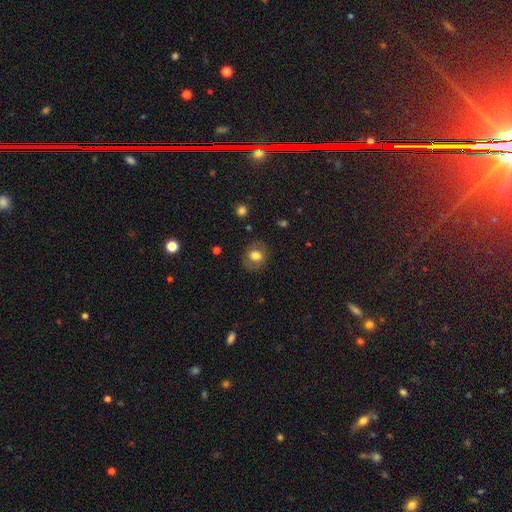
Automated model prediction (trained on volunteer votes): smooth_or_featured: smooth (p=0.69) [alt: featured or disk p=0.21]
how_rounded: round (p=0.64) [alt: in between p=0.35]
merging: none (p=0.83) [alt: minor disturbance p=0.12]